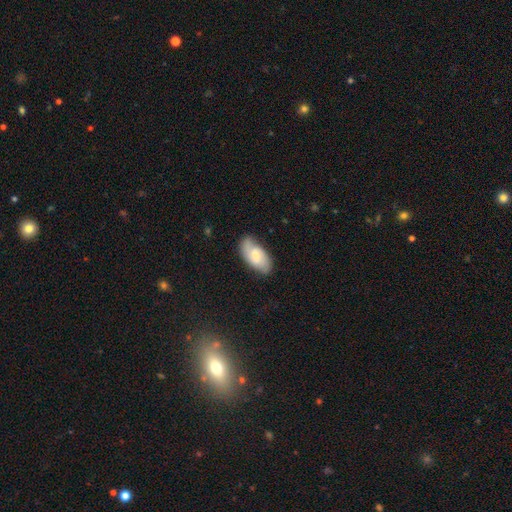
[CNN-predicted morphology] This is possibly a featured or disk galaxy (51%). It is clearly not viewed edge-on (94%). Merging: likely none (73%).